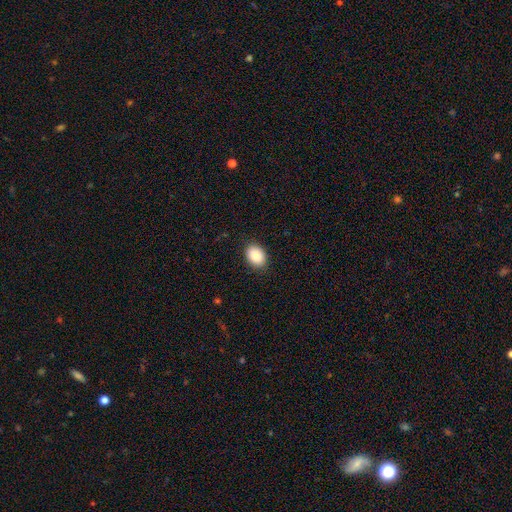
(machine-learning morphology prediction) smooth_or_featured: smooth (p=0.89) [alt: star or artifact p=0.07]
how_rounded: in between (p=0.74) [alt: round p=0.25]
merging: none (p=0.88) [alt: minor disturbance p=0.08]